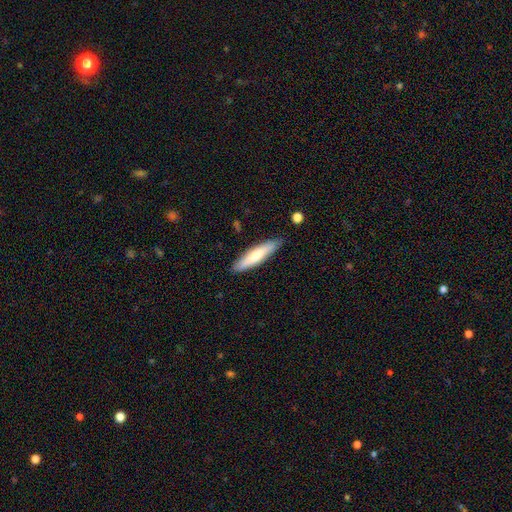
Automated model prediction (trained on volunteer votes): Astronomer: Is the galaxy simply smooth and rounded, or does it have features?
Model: smooth — 71%.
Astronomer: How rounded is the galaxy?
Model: cigar-shaped — 80%.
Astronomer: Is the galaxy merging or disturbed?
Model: none — 86%.